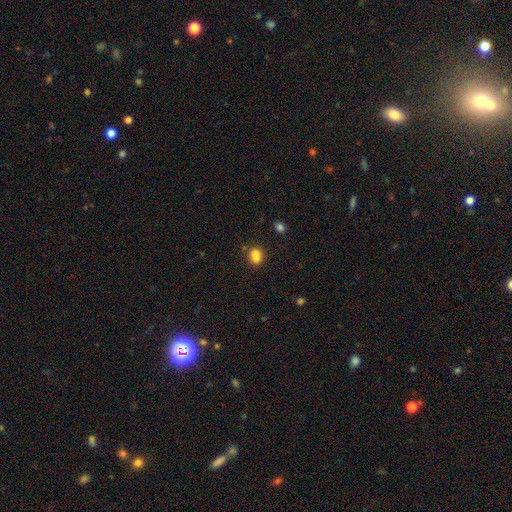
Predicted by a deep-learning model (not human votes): Smooth or featured: smooth — 75% (featured or disk — 13%)
How rounded: round — 55% (in between — 44%)
Merging: merger — 47% (none — 39%)